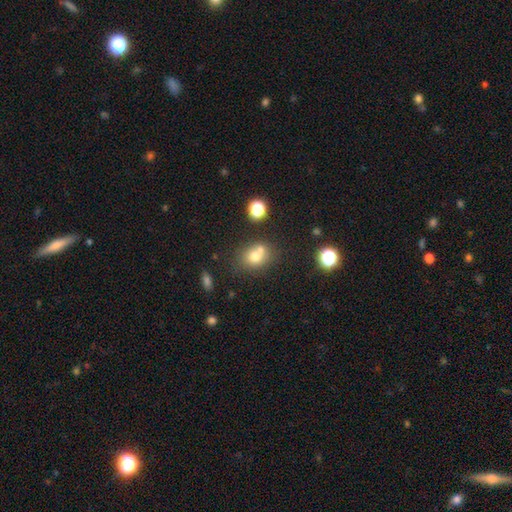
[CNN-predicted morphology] Smooth or featured?
  - smooth: 71% *
  - featured or disk: 15%
  - star or artifact: 14%
How rounded?
  - round: 63% *
  - in between: 36%
  - cigar-shaped: 1%
Merging?
  - none: 47% *
  - merger: 36%
  - minor disturbance: 12%
  - major disturbance: 4%